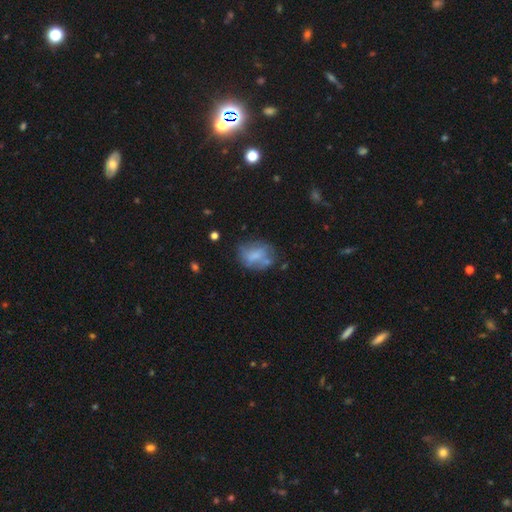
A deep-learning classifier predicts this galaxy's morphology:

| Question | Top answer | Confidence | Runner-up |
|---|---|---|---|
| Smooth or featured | smooth | 57% | featured or disk (33%) |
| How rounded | in between | 58% | round (40%) |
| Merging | none | 51% | minor disturbance (25%) |